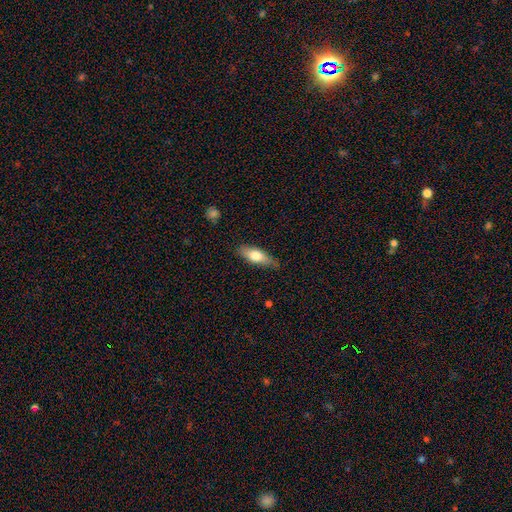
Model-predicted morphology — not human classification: Q: Smooth or featured?
A: smooth (65%); runner-up: featured or disk (29%)
Q: How rounded?
A: in between (59%); runner-up: cigar-shaped (38%)
Q: Merging?
A: none (75%); runner-up: minor disturbance (20%)